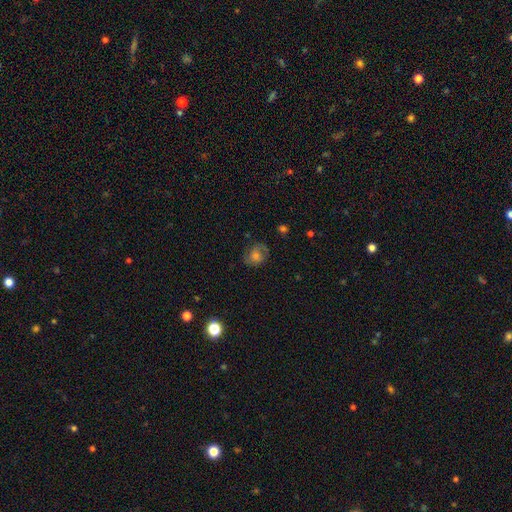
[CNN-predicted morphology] Smooth or featured? featured or disk (45%)
Merging? none (70%)